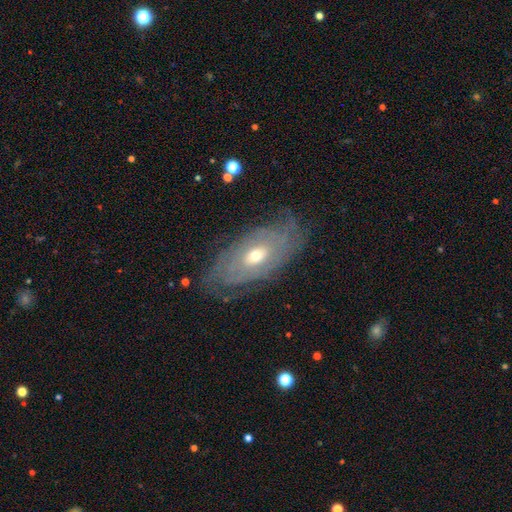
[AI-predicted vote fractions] This appears to be a featured or disk galaxy (72%) with no bar (74%), spiral arms (72%) and a small central bulge (50%). Merging: none (69%).